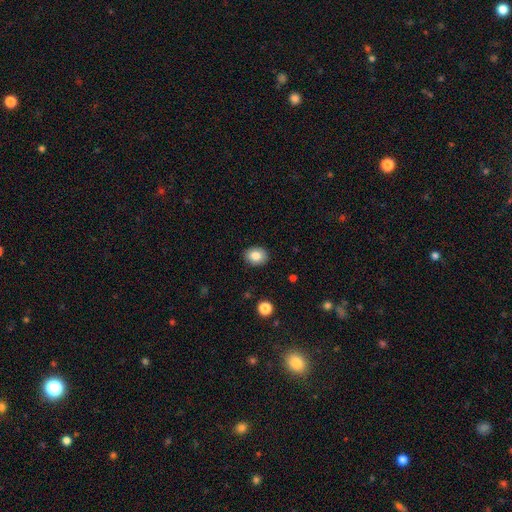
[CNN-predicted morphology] A smooth galaxy with no disk features (83%) that is in between round and cigar-shaped (50%, tied with round). Merging: none (89%).